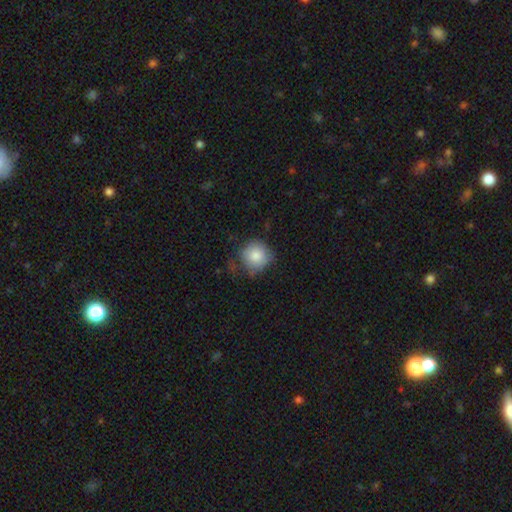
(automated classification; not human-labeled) smooth-or-featured: smooth: 83% | featured or disk: 9% | star or artifact: 8%
  how-rounded: round: 90% | in between: 9% | cigar-shaped: 1%
  merging: none: 56% | minor disturbance: 31% | major disturbance: 10% | merger: 2%